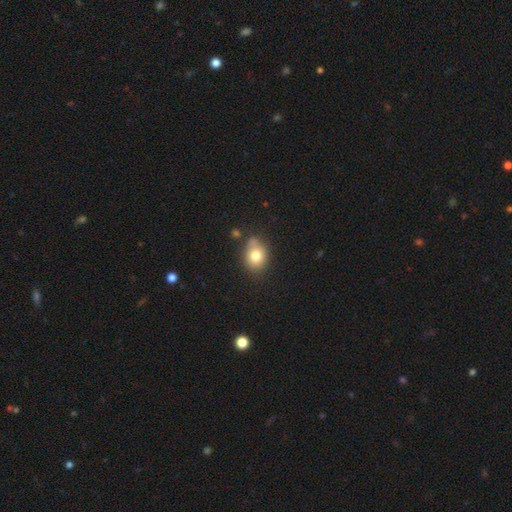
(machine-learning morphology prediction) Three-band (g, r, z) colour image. It shows a smooth galaxy with no disk features (78%) that is round (51%). Merging: none (61%).